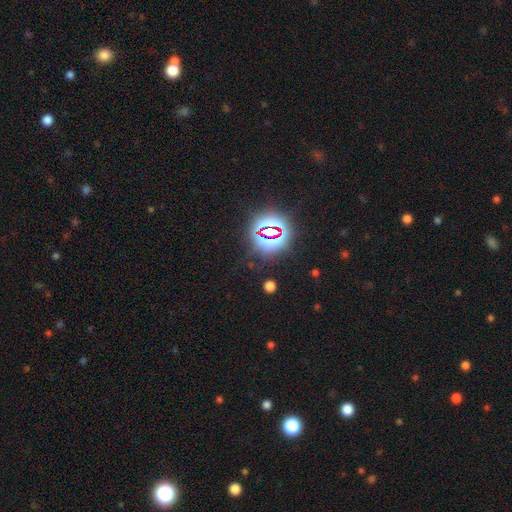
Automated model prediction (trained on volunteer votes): Smooth or featured: star or artifact — 82% (smooth — 12%)